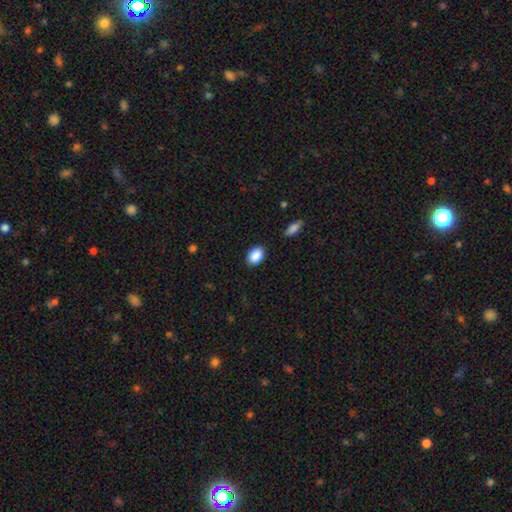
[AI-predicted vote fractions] Overall: smooth (89%). How rounded: in between (78%). Merging: none (87%).